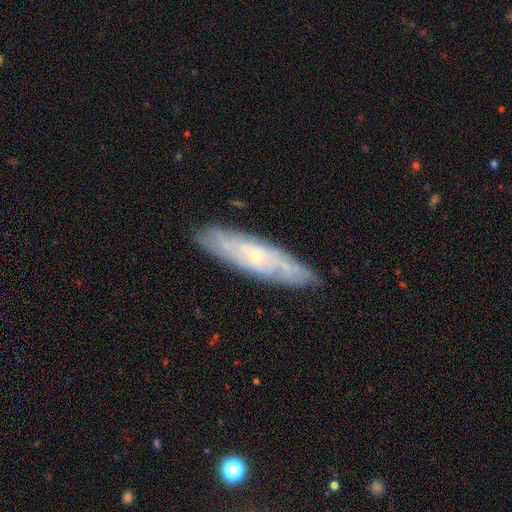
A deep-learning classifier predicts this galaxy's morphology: A featured or disk galaxy (70%).

Vote fractions:
- Smooth or featured? featured or disk: 70% / smooth: 23% / star or artifact: 7%
- Edge-on disk? no: 61% / yes: 39%
- Merging? none: 85% / minor disturbance: 12% / major disturbance: 2% / merger: 1%